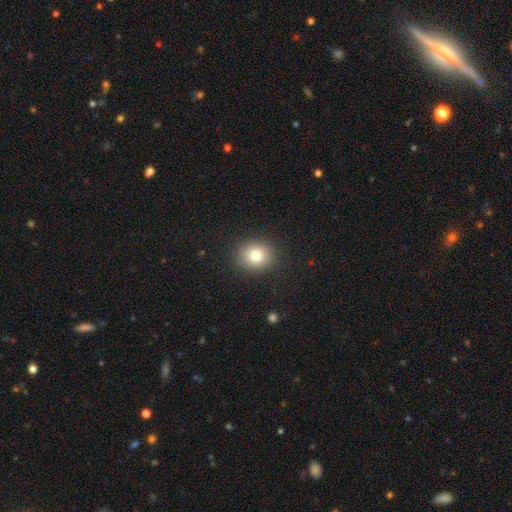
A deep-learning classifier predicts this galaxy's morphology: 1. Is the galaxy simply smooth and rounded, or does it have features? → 79% smooth, 12% star or artifact, 9% featured or disk.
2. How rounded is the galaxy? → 79% round, 20% in between, 1% cigar-shaped.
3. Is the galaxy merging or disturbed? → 90% none, 7% minor disturbance, 2% major disturbance, 1% merger.